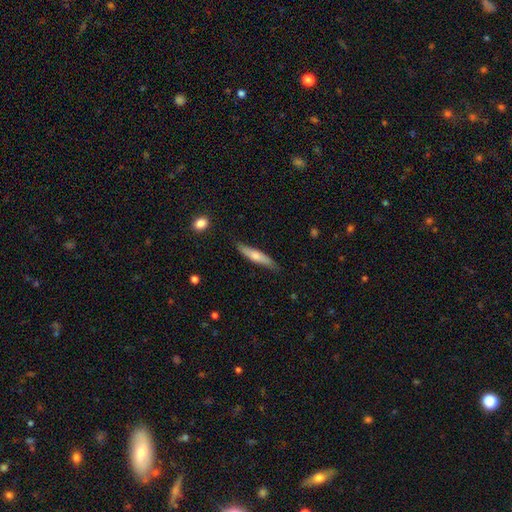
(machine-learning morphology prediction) smooth_or_featured: smooth (p=0.61) [alt: featured or disk p=0.33]
how_rounded: cigar-shaped (p=0.84) [alt: in between p=0.15]
merging: none (p=0.78) [alt: minor disturbance p=0.18]